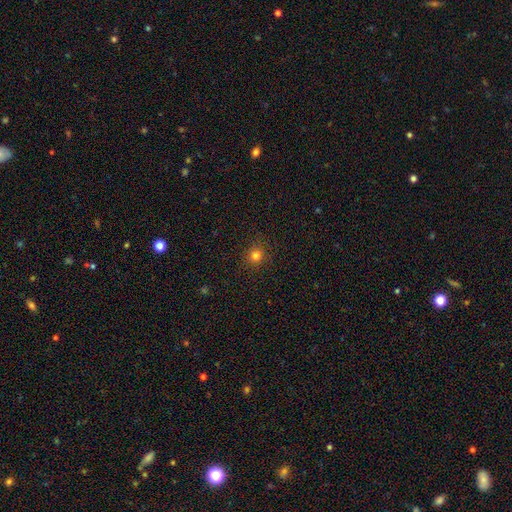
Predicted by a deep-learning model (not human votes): smooth 80%, star or artifact 15%, featured or disk 5%. Down the decision tree: how rounded — round (91%); merging — none (90%).